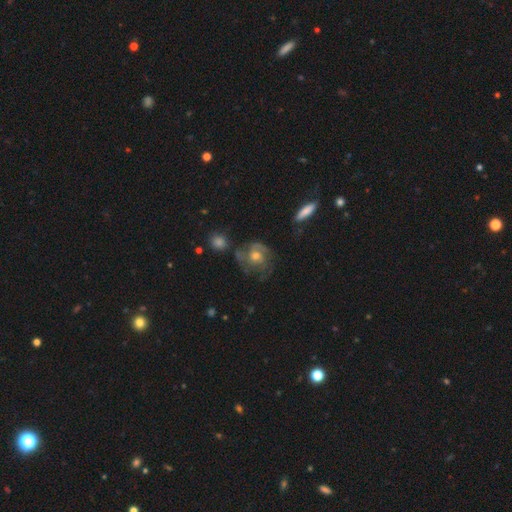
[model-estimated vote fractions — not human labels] Morphology: type=featured or disk (70%); edge-on=no (96%); bar=no (72%); spiral arms=yes (85%); winding=tight (45%); arm count=can't tell (32%); bulge=moderate (69%); merging=none (60%).